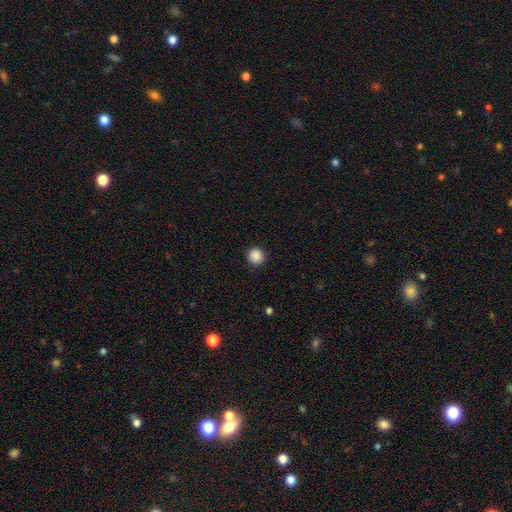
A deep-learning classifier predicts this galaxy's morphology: Smooth or featured?
  - smooth: 88% *
  - star or artifact: 10%
  - featured or disk: 2%
How rounded?
  - round: 93% *
  - in between: 6%
  - cigar-shaped: 1%
Merging?
  - none: 92% *
  - minor disturbance: 5%
  - major disturbance: 2%
  - merger: 1%